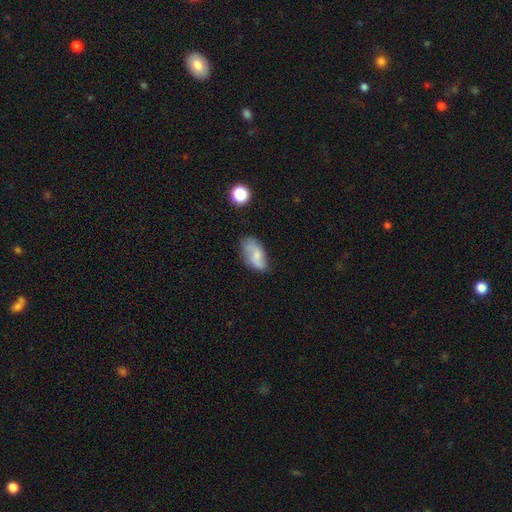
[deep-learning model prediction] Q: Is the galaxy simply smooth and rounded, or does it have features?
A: smooth — 58%.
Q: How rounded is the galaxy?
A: in between — 91%.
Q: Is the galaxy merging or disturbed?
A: none — 59%.